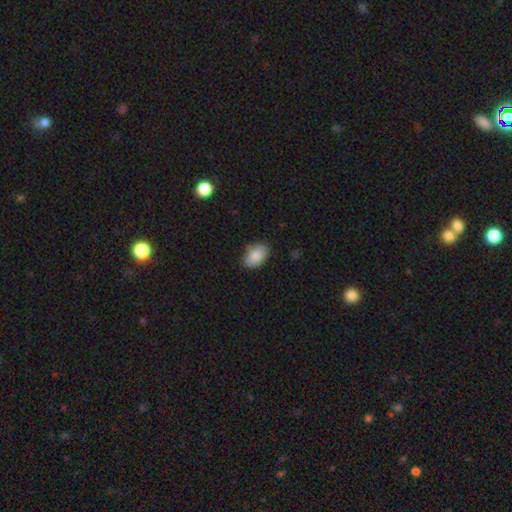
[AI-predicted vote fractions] Morphology: type=smooth (87%); roundness=in between (88%); merging=none (81%).